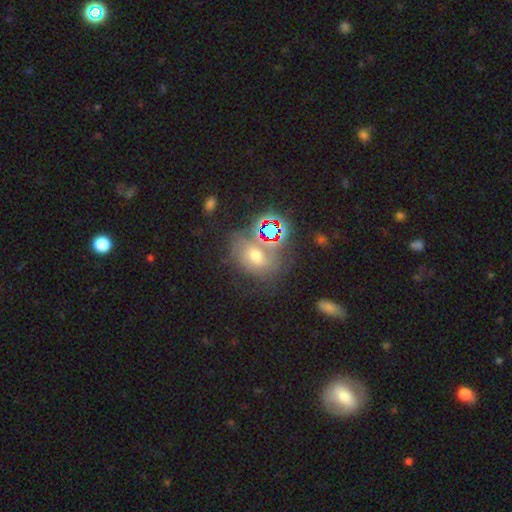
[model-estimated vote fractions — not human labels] smooth 36%, star or artifact 35%, featured or disk 29%. Down the decision tree: merging — none (55%).